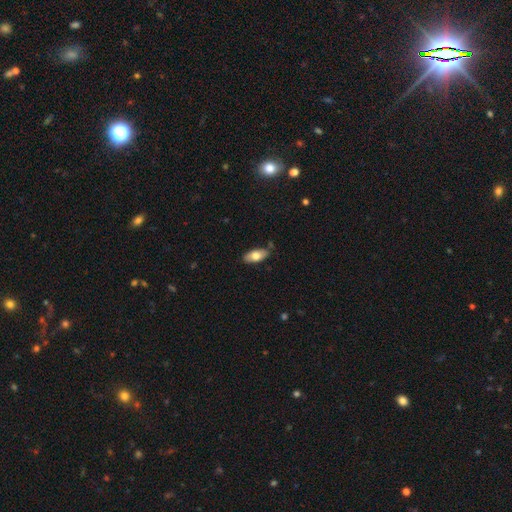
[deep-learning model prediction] Morphology: type=smooth (74%); roundness=in between (89%); merging=none (83%).